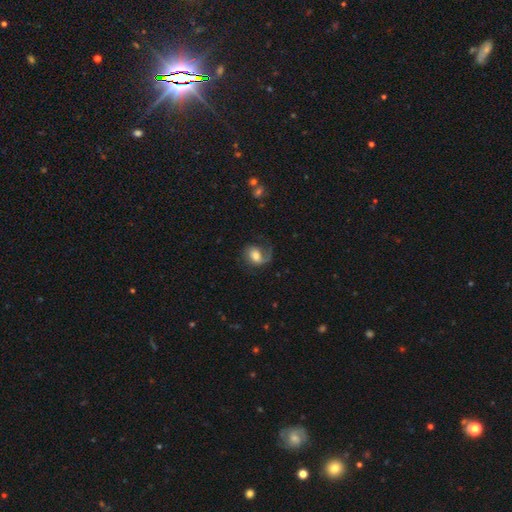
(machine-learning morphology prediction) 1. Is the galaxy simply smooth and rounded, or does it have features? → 58% featured or disk, 34% smooth, 8% star or artifact.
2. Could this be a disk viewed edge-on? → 97% no, 3% yes.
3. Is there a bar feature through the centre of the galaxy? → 54% no, 36% weak, 10% strong.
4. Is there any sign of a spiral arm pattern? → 90% yes, 10% no.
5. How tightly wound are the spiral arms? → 43% loose, 40% medium, 17% tight.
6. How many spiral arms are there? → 59% 1, 34% 2, 5% can't tell, 1% 3, 1% 4, 1% more than 4.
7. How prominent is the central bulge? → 51% moderate, 24% large, 18% small, 4% none, 4% dominant.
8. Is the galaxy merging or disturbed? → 50% none, 27% major disturbance, 21% minor disturbance, 2% merger.